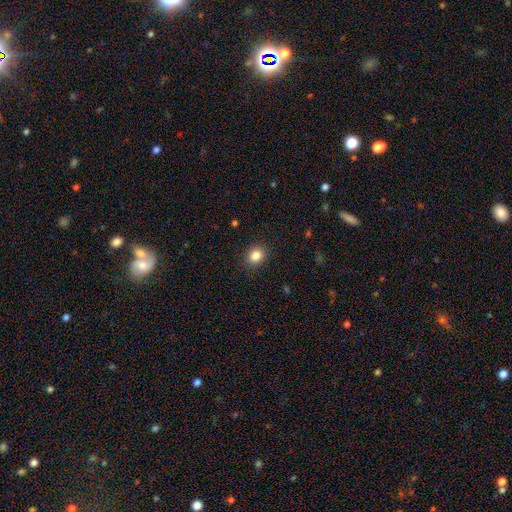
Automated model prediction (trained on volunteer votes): Overall: smooth (84%). How rounded: round (56%; in between 43%). Merging: none (89%).